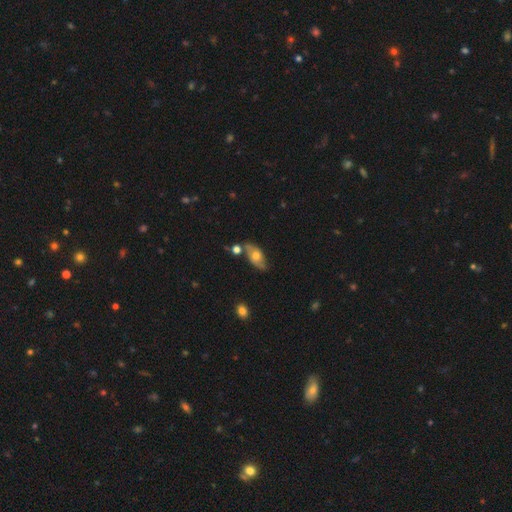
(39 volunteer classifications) This is possibly a smooth galaxy (56%). How rounded: clearly in between (95%). Merging: possibly none (57%).